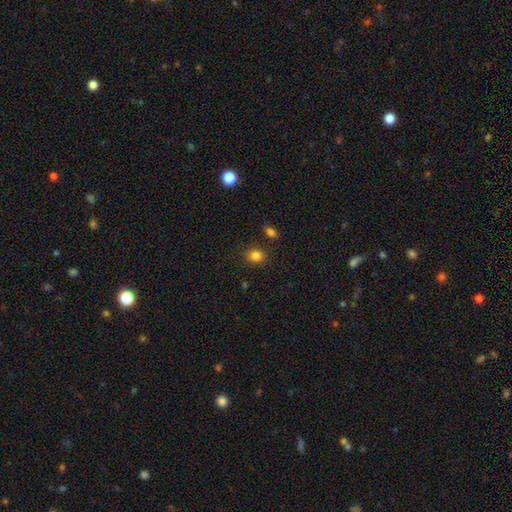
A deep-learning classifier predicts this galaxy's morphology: The model was most divided on "how rounded": round: 55%, in between: 44%, cigar-shaped: 1%. More confident: merging — none (84%); smooth or featured — smooth (83%).